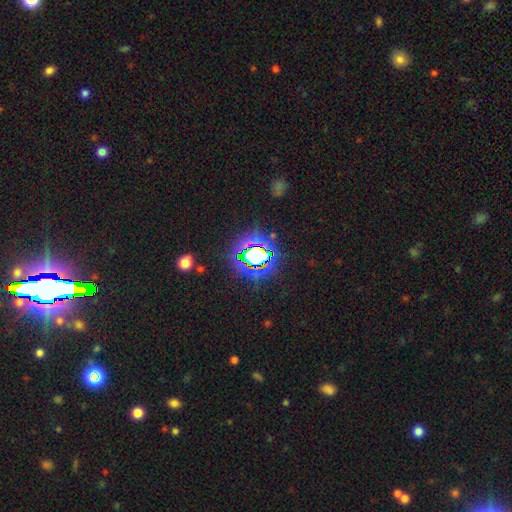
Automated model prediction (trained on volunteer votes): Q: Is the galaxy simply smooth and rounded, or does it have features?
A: star or artifact — 68%.